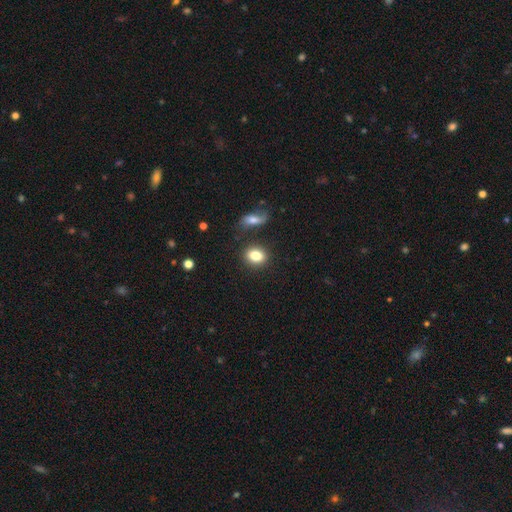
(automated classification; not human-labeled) smooth 83%, star or artifact 9%, featured or disk 8%. Down the decision tree: how rounded — in between (60%); merging — none (80%).